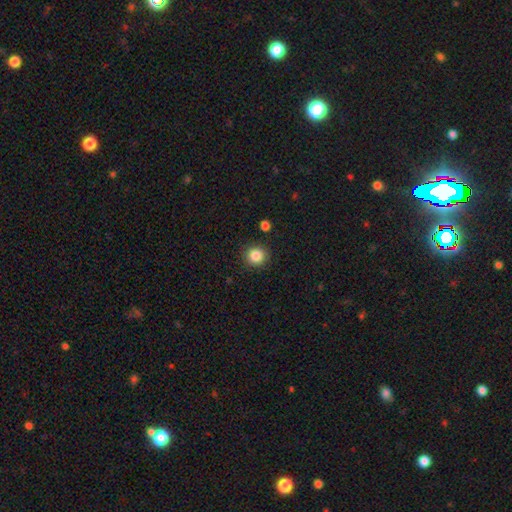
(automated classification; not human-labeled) Smooth or featured? smooth (85%)
How rounded? round (93%)
Merging? none (89%)